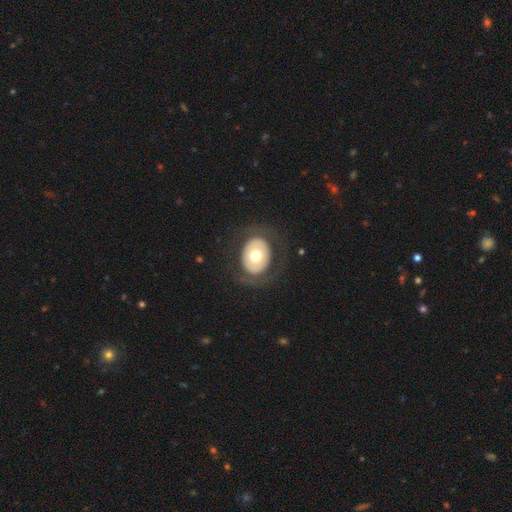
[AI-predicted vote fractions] Overall: smooth (51%; featured or disk 43%). How rounded: in between (54%; round 46%). Merging: none (79%).